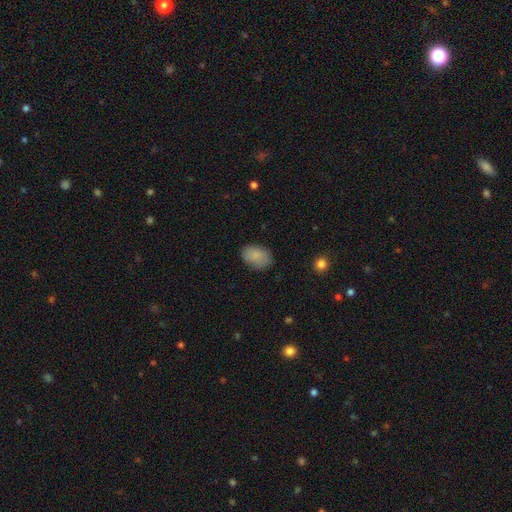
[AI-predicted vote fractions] smooth_or_featured: smooth (p=0.87) [alt: star or artifact p=0.08]
how_rounded: in between (p=0.81) [alt: round p=0.18]
merging: none (p=0.81) [alt: minor disturbance p=0.15]